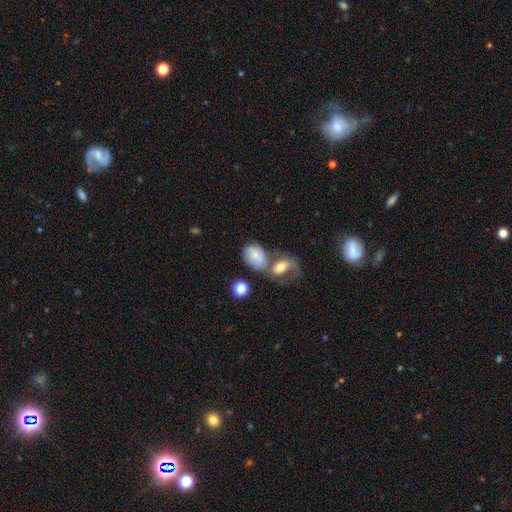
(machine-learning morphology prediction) Smooth or featured? Predicted: smooth (p=0.62). How rounded? Predicted: in between (p=0.78). Merging? Predicted: merger (p=0.45).